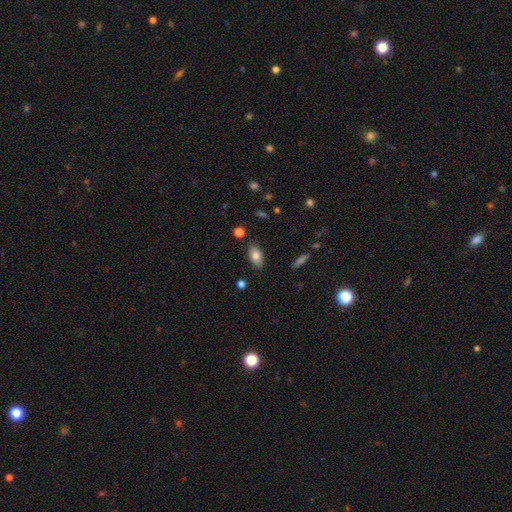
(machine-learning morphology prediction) Smooth or featured? smooth (77%)
How rounded? in between (90%)
Merging? none (85%)